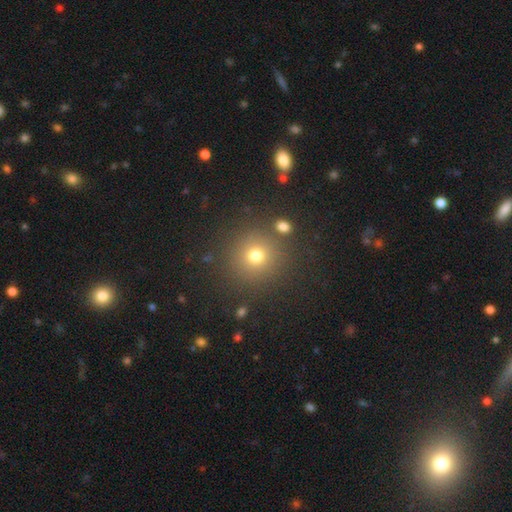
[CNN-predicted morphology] The model was most divided on "smooth or featured": smooth: 73%, star or artifact: 18%, featured or disk: 8%. More confident: how rounded — round (92%); merging — none (84%).